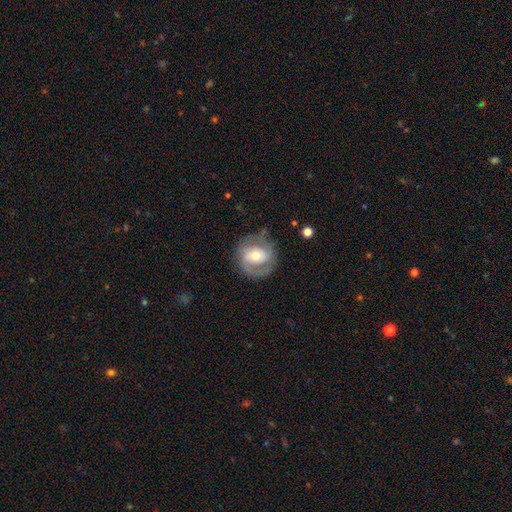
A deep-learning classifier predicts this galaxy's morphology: A featured or disk galaxy (63%) with no bar (43%), spiral arms (72%) and a moderate central bulge (66%).

Vote fractions:
- Smooth or featured? featured or disk: 63% / smooth: 31% / star or artifact: 7%
- Edge-on disk? no: 96% / yes: 4%
- Bar? no: 43% / weak: 37% / strong: 20%
- Spiral arms? yes: 72% / no: 28%
- Bulge size? moderate: 66% / small: 25% / large: 7% / dominant: 1% / none: 1%
- Merging? none: 69% / minor disturbance: 19% / major disturbance: 11% / merger: 2%